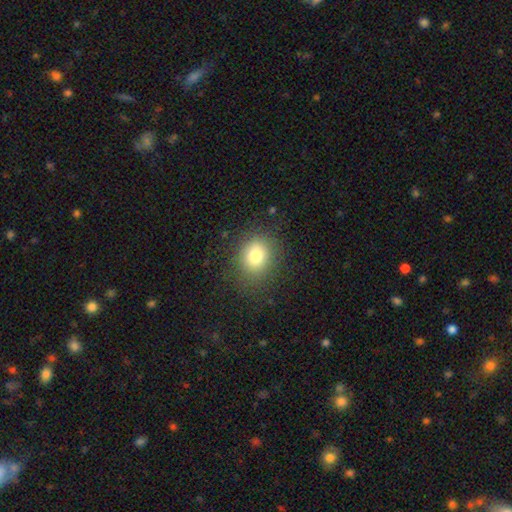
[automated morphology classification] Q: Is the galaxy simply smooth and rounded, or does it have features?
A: smooth — 78%.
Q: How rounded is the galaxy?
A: round — 70%.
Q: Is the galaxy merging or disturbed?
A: none — 82%.